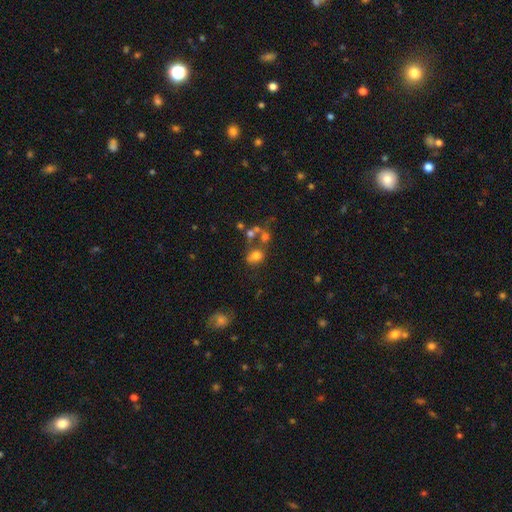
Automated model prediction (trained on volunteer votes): Morphology: type=smooth (66%); roundness=in between (53%); merging=none (41%).